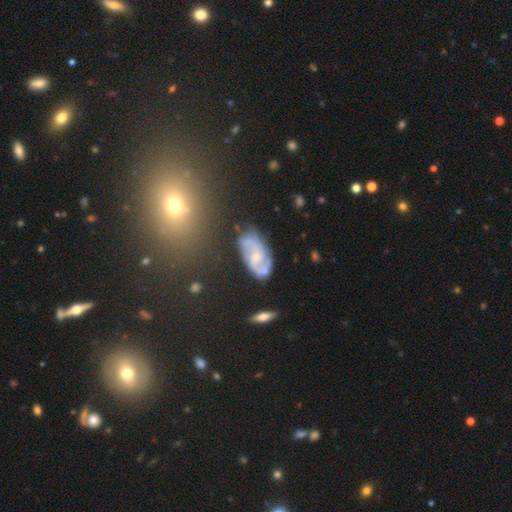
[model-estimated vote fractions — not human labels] This appears to be a featured or disk galaxy (75%) with no bar (51%), 2 (78%) medium (47%) spiral arms (91%) and a small central bulge (61%). Merging: none (66%).